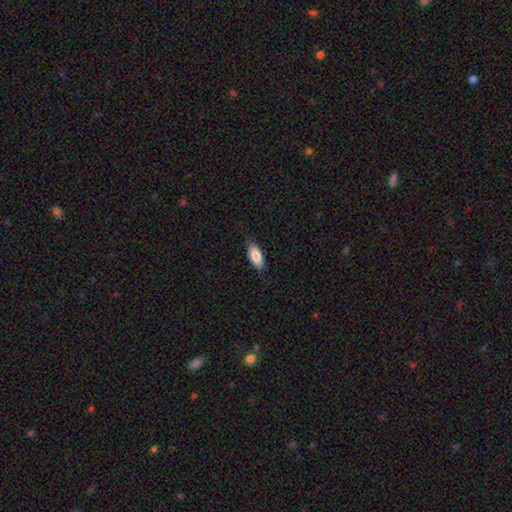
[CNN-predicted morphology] smooth 85%, featured or disk 9%, star or artifact 6%. Down the decision tree: how rounded — in between (80%); merging — none (82%).